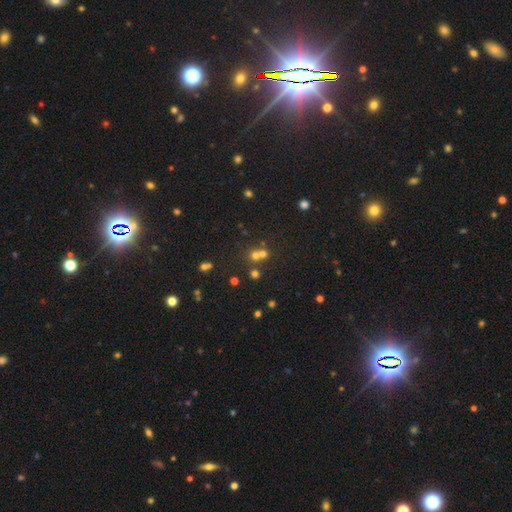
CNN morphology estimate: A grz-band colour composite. It shows a smooth galaxy with no disk features (58%) that is round (86%). Merging: none (48%).